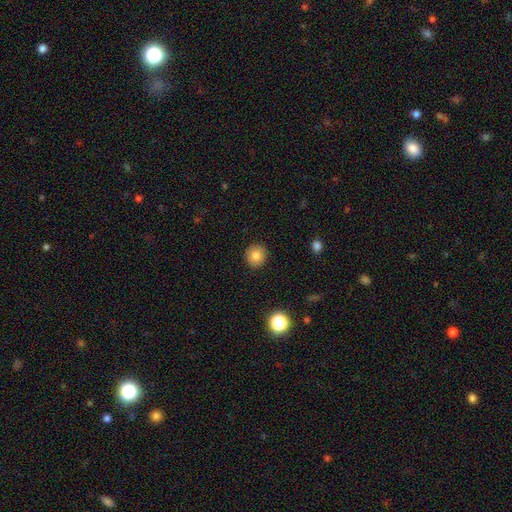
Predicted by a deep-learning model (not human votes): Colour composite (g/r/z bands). It shows a smooth galaxy with no disk features (83%) that is round (90%). Merging: none (91%).